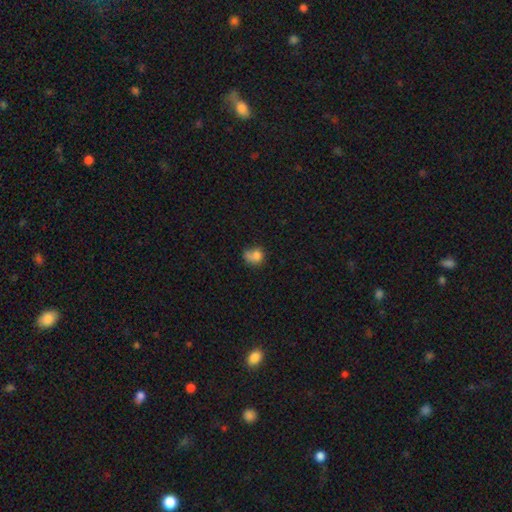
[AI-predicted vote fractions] A smooth galaxy with no disk features (77%) that is round (60%). Merging: none (36%).